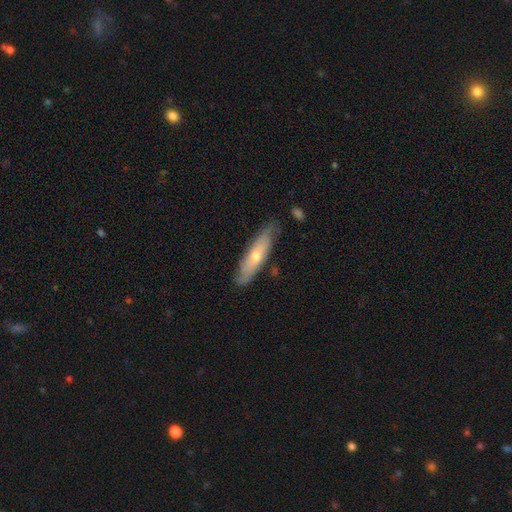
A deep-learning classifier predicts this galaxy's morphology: type=smooth (48%); merging=none (76%).